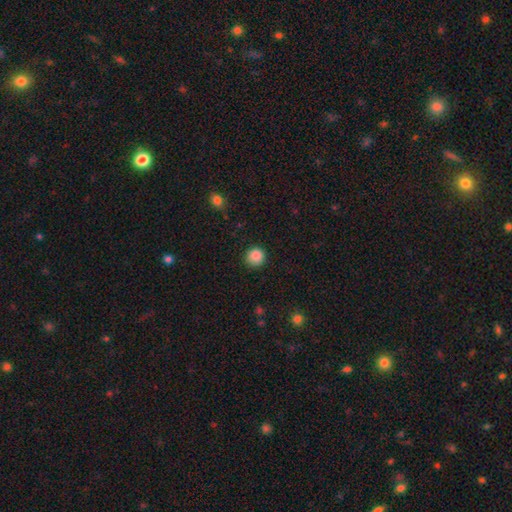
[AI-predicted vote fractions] smooth_or_featured: smooth (p=0.88) [alt: star or artifact p=0.10]
how_rounded: round (p=0.94) [alt: in between p=0.05]
merging: none (p=0.89) [alt: minor disturbance p=0.08]